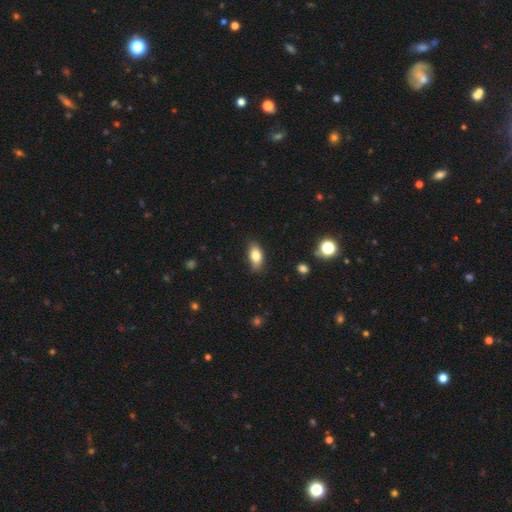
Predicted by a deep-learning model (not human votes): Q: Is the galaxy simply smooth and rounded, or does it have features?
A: smooth — 80%.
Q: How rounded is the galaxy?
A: in between — 88%.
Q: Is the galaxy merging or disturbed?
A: none — 81%.